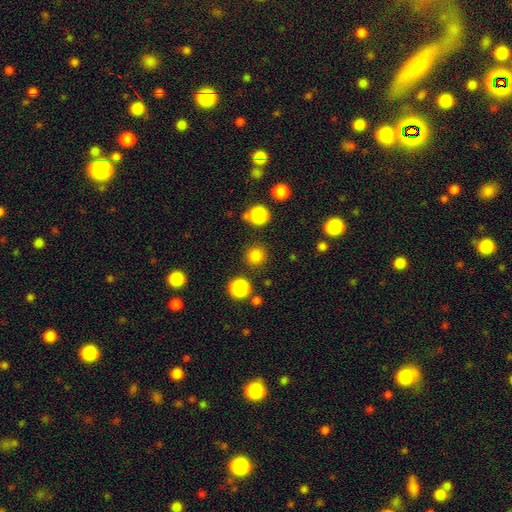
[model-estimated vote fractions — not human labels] Q: Smooth or featured?
A: smooth (81%); runner-up: star or artifact (15%)
Q: How rounded?
A: round (94%); runner-up: in between (5%)
Q: Merging?
A: none (87%); runner-up: minor disturbance (7%)